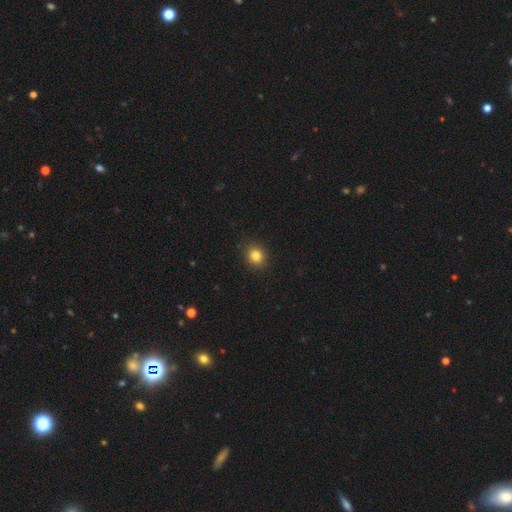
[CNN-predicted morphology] smooth_or_featured: smooth (p=0.83) [alt: star or artifact p=0.12]
how_rounded: round (p=0.76) [alt: in between p=0.23]
merging: none (p=0.90) [alt: minor disturbance p=0.07]